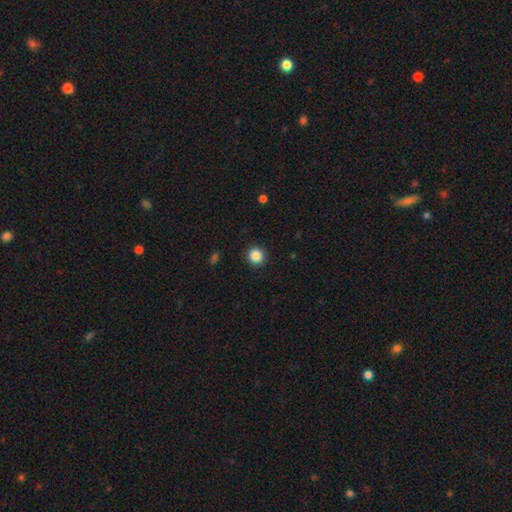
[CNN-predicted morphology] type=smooth (87%); roundness=round (93%); merging=none (92%).